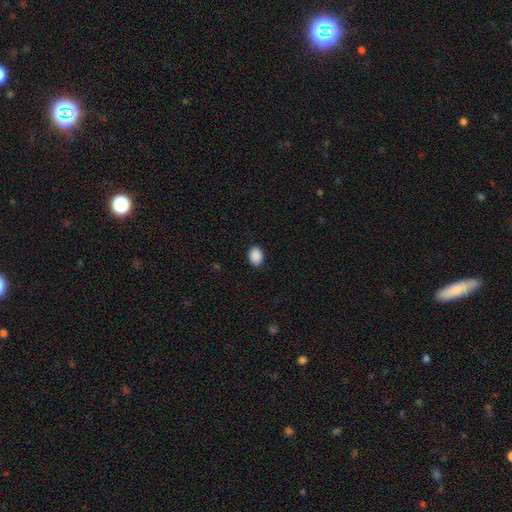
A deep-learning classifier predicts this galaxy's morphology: This is clearly a smooth galaxy (90%). How rounded: likely in between (67%). Merging: clearly none (90%).